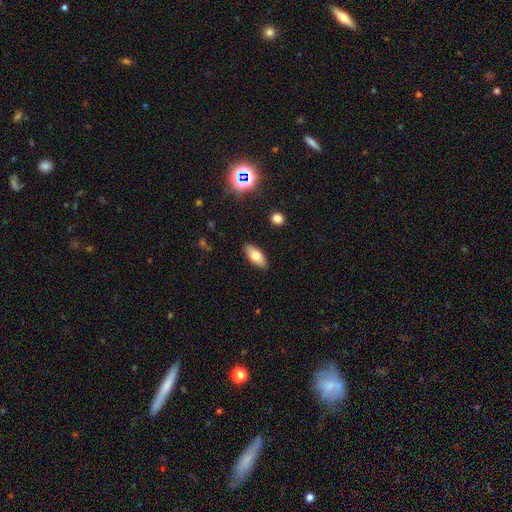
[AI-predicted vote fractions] This appears to be a smooth galaxy with no disk features (72%) that is in between round and cigar-shaped (84%). Merging: none (88%).